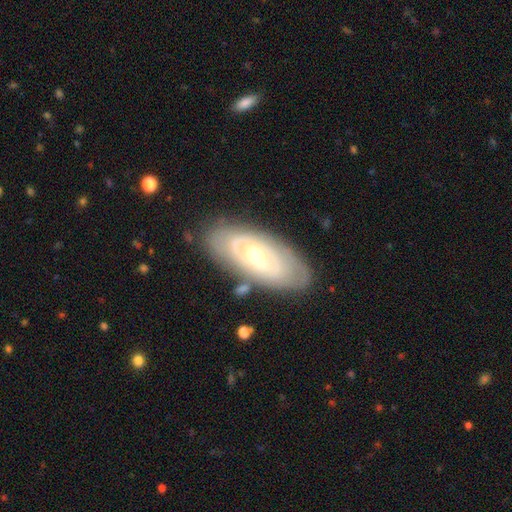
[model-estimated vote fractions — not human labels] A featured or disk galaxy (75%) with no bar (53%), spiral arms (62%) and a small central bulge (56%). Merging: none (79%).